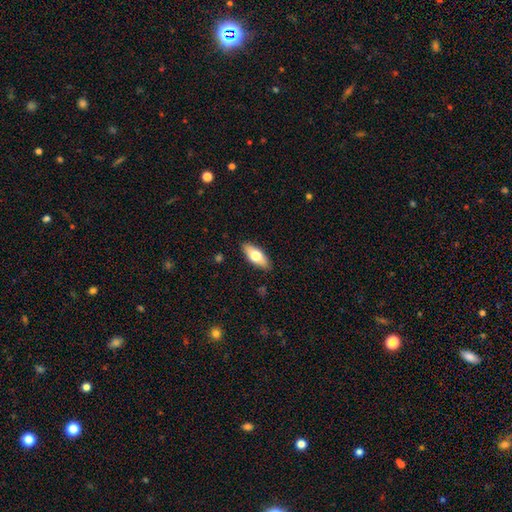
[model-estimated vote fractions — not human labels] Smooth or featured: smooth — 68% (featured or disk — 26%)
How rounded: in between — 80% (cigar-shaped — 17%)
Merging: none — 87% (minor disturbance — 10%)